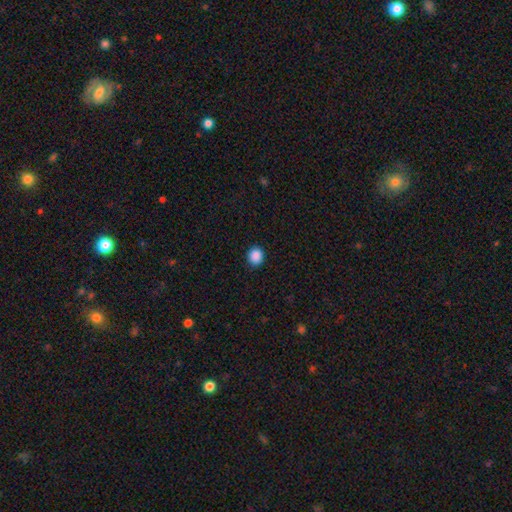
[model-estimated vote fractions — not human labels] The model was most divided on "how rounded": round: 81%, in between: 18%, cigar-shaped: 1%. More confident: merging — none (91%); smooth or featured — smooth (88%).